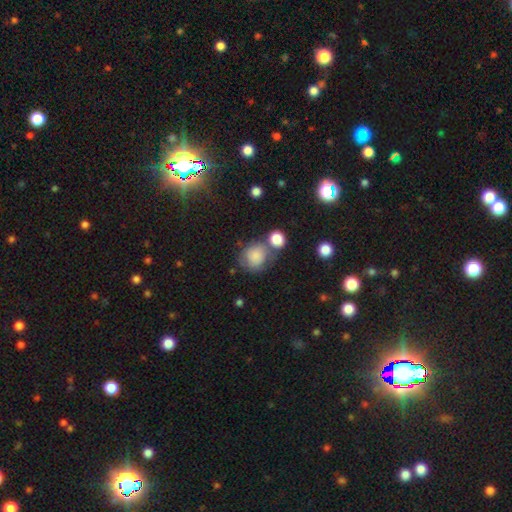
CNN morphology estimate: smooth 77%, featured or disk 14%, star or artifact 9%. Down the decision tree: how rounded — round (81%); merging — none (49%).